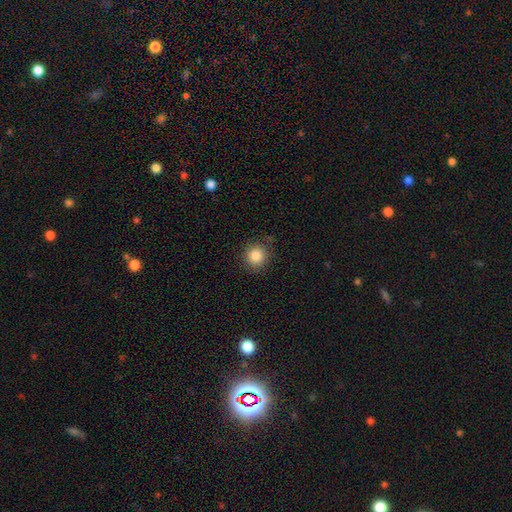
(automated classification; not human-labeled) Smooth or featured? Predicted: smooth (p=0.85). How rounded? Predicted: round (p=0.91). Merging? Predicted: none (p=0.86).